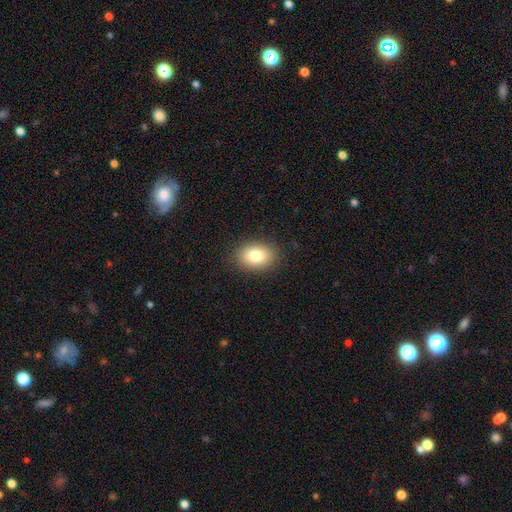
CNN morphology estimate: This appears to be a smooth galaxy with no disk features (81%) that is in between round and cigar-shaped (76%). Merging: none (88%).